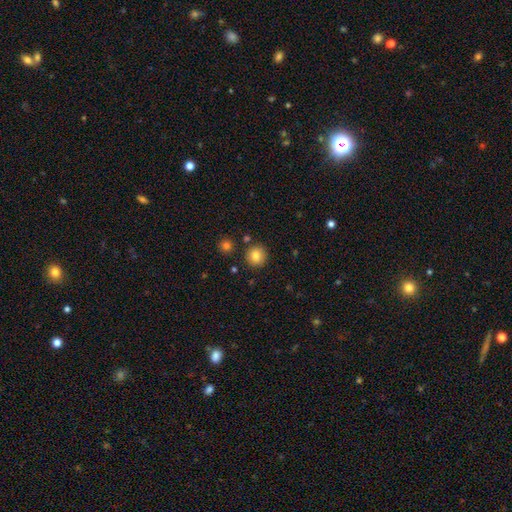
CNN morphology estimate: A smooth galaxy with no disk features (83%) that is round (93%).

Vote fractions:
- Smooth or featured? smooth: 83% / star or artifact: 10% / featured or disk: 7%
- How rounded? round: 93% / in between: 6% / cigar-shaped: 1%
- Merging? none: 89% / minor disturbance: 6% / merger: 3% / major disturbance: 2%